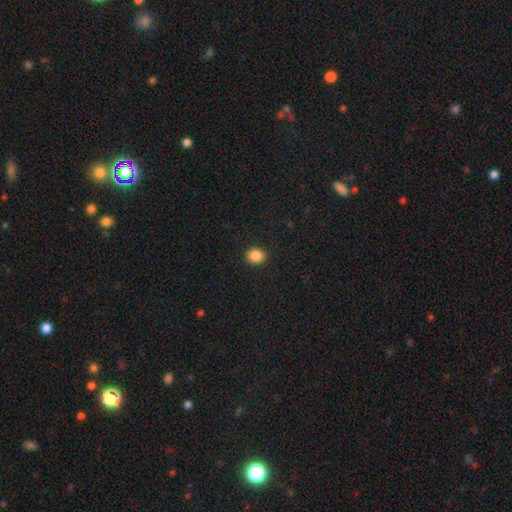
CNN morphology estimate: Smooth or featured? smooth (87%)
How rounded? round (69%)
Merging? none (91%)